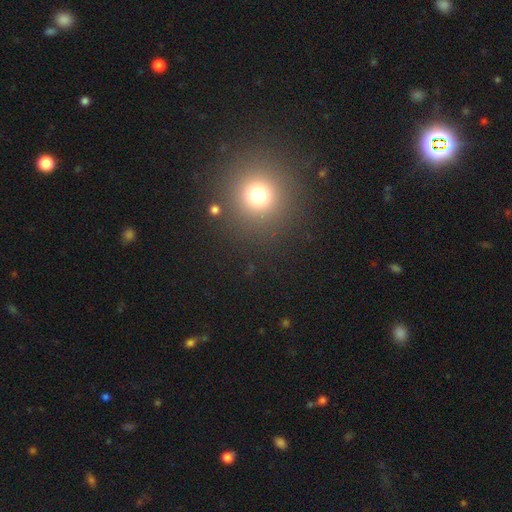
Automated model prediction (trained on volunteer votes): Smooth or featured? smooth (60%)
How rounded? round (94%)
Merging? none (92%)